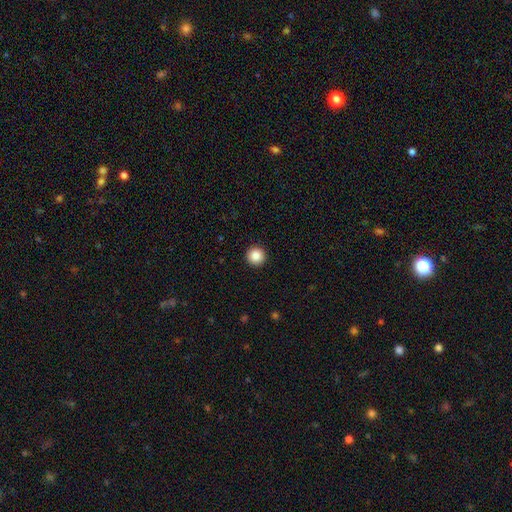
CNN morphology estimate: Smooth or featured: smooth — 87% (star or artifact — 9%)
How rounded: round — 96% (in between — 3%)
Merging: none — 94% (minor disturbance — 4%)